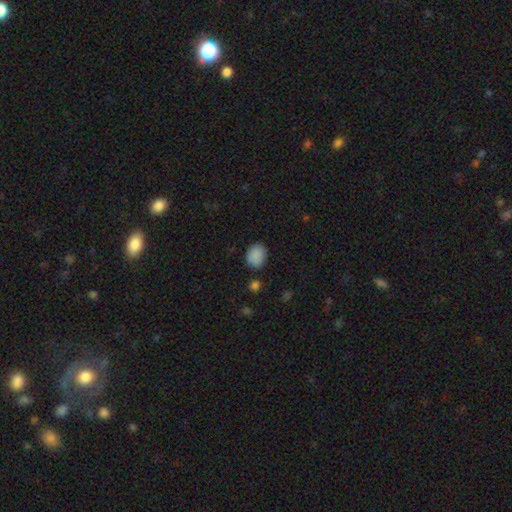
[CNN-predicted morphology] Smooth or featured? smooth (87%)
How rounded? in between (57%)
Merging? none (78%)